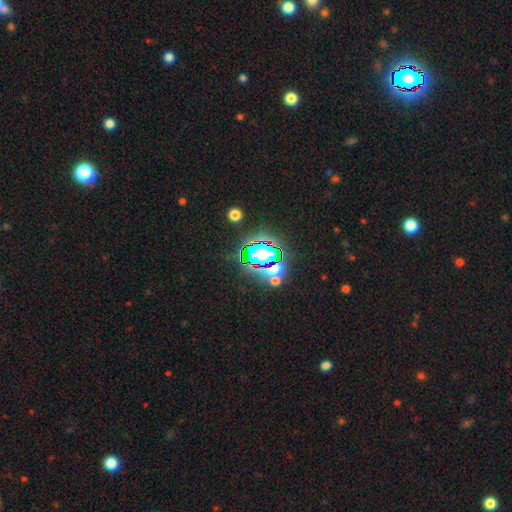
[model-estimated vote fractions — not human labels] A star or artifact, not a galaxy (83%).

Vote fractions:
- Smooth or featured? star or artifact: 83% / smooth: 10% / featured or disk: 7%